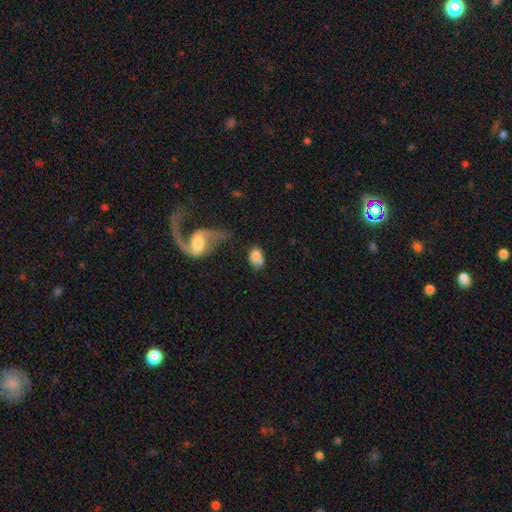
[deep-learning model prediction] Q: Smooth or featured?
A: smooth (68%); runner-up: featured or disk (23%)
Q: How rounded?
A: in between (66%); runner-up: round (32%)
Q: Merging?
A: merger (39%); runner-up: none (31%)